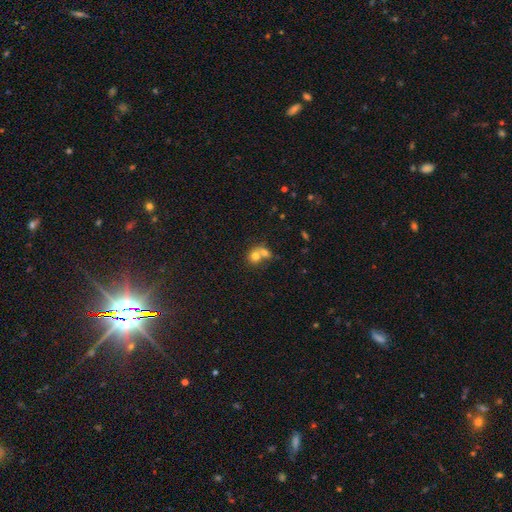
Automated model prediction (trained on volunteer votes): A smooth galaxy with no disk features (72%) that is round (71%).

Vote fractions:
- Smooth or featured? smooth: 72% / featured or disk: 17% / star or artifact: 11%
- How rounded? round: 71% / in between: 28% / cigar-shaped: 1%
- Merging? merger: 63% / none: 27% / minor disturbance: 6% / major disturbance: 3%